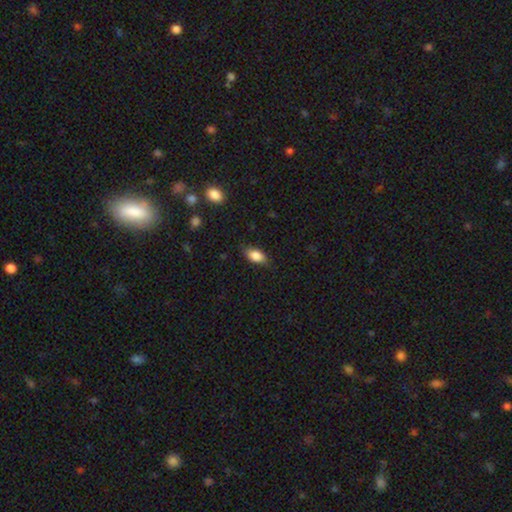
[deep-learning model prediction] Overall: smooth (86%). How rounded: in between (90%). Merging: none (81%).